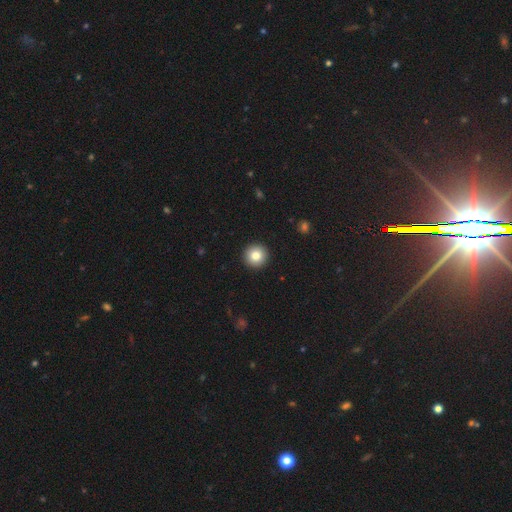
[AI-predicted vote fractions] Q: Smooth or featured?
A: smooth (82%); runner-up: star or artifact (10%)
Q: How rounded?
A: round (96%); runner-up: in between (3%)
Q: Merging?
A: none (93%); runner-up: minor disturbance (4%)